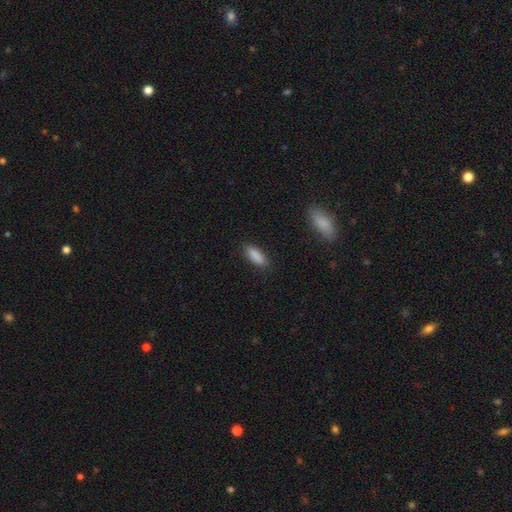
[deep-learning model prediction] Smooth or featured? Predicted: smooth (p=0.88). How rounded? Predicted: in between (p=0.68). Merging? Predicted: none (p=0.86).